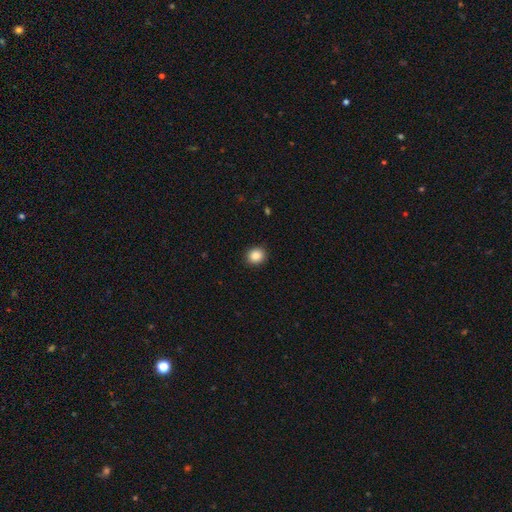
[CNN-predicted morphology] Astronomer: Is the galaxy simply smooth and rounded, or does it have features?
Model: smooth — 87%.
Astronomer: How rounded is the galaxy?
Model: round — 77%.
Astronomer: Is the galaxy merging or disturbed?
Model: none — 92%.